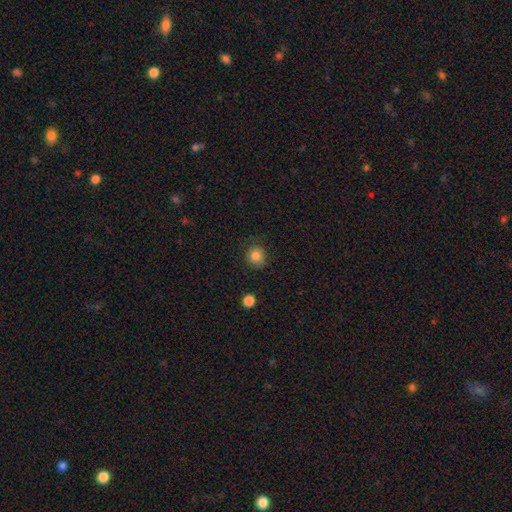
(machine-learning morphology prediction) A smooth galaxy with no disk features (84%) that is round (85%). Merging: none (81%).